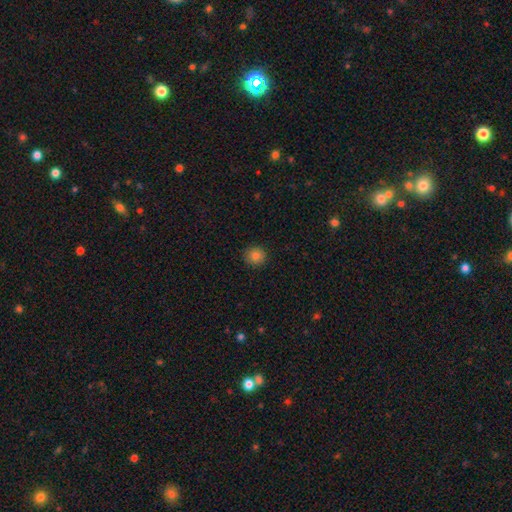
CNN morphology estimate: A smooth galaxy with no disk features (81%) that is round (92%). Merging: none (91%).